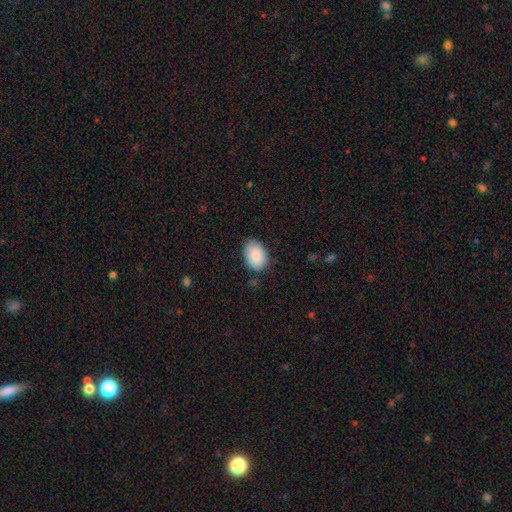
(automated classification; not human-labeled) Smooth or featured? smooth (89%)
How rounded? in between (85%)
Merging? none (79%)